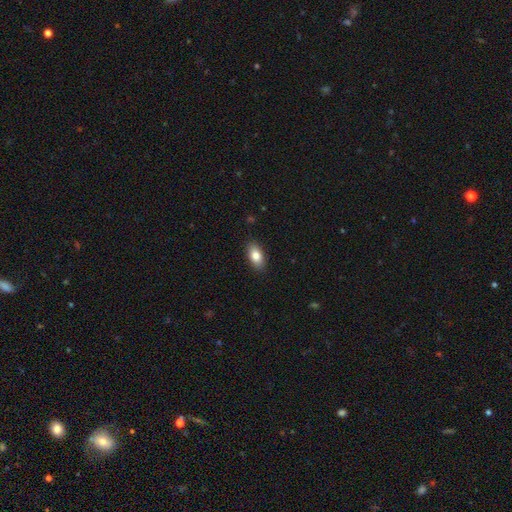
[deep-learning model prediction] Smooth or featured? smooth (82%)
How rounded? in between (91%)
Merging? none (88%)